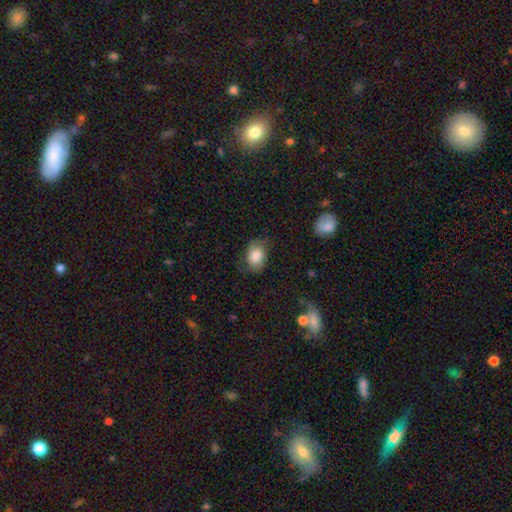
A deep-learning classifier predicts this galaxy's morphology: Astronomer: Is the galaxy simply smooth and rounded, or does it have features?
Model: smooth — 74%.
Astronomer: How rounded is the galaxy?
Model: in between — 72%.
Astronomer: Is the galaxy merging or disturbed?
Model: none — 62%.